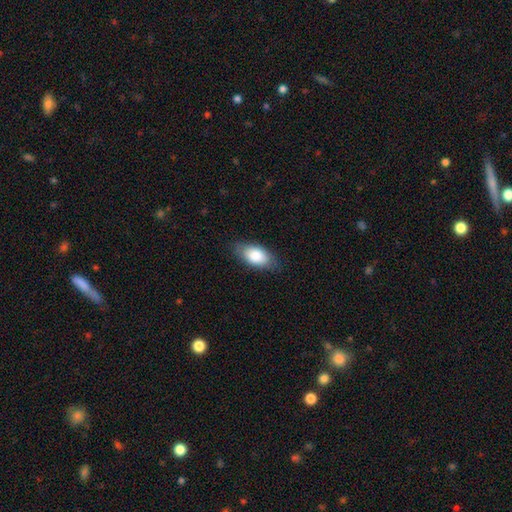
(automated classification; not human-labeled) Smooth or featured: smooth — 83% (featured or disk — 11%)
How rounded: in between — 92% (cigar-shaped — 4%)
Merging: none — 80% (minor disturbance — 16%)